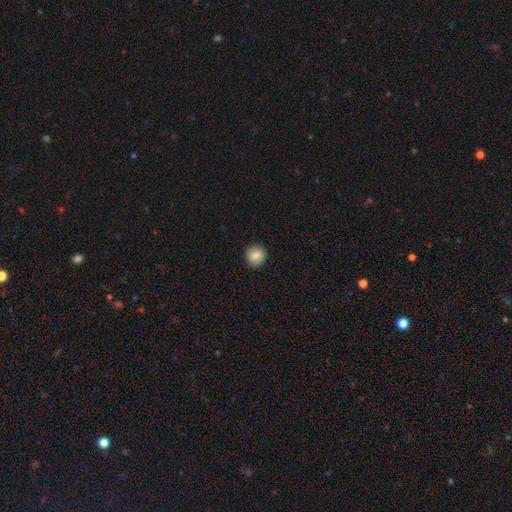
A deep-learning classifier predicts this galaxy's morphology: smooth_or_featured: smooth (p=0.84) [alt: star or artifact p=0.08]
how_rounded: round (p=0.89) [alt: in between p=0.10]
merging: none (p=0.91) [alt: minor disturbance p=0.06]